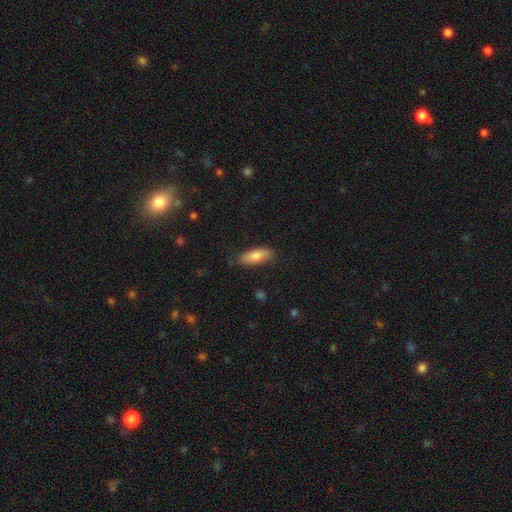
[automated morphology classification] Smooth or featured? smooth (77%)
How rounded? in between (62%)
Merging? none (83%)